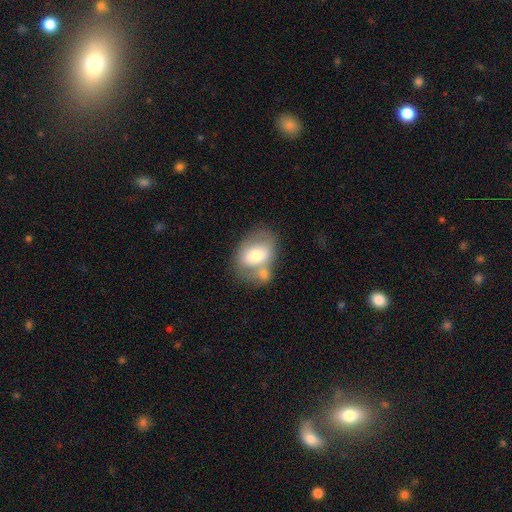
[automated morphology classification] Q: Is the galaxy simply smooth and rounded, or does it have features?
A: smooth — 62%.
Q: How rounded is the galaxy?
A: in between — 71%.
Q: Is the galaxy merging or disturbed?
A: none — 41%.